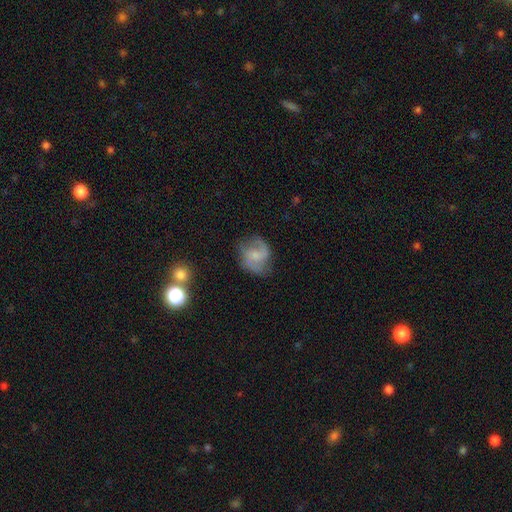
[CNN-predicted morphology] Q: Smooth or featured?
A: featured or disk (61%); runner-up: smooth (31%)
Q: Edge-on disk?
A: no (98%); runner-up: yes (2%)
Q: Bar?
A: no (45%); tied with: weak (45%)
Q: Spiral arms?
A: yes (87%); runner-up: no (13%)
Q: Spiral winding?
A: medium (44%); runner-up: loose (41%)
Q: Spiral arm count?
A: 2 (79%); runner-up: can't tell (9%)
Q: Bulge size?
A: small (39%); runner-up: moderate (32%)
Q: Merging?
A: none (62%); runner-up: minor disturbance (23%)